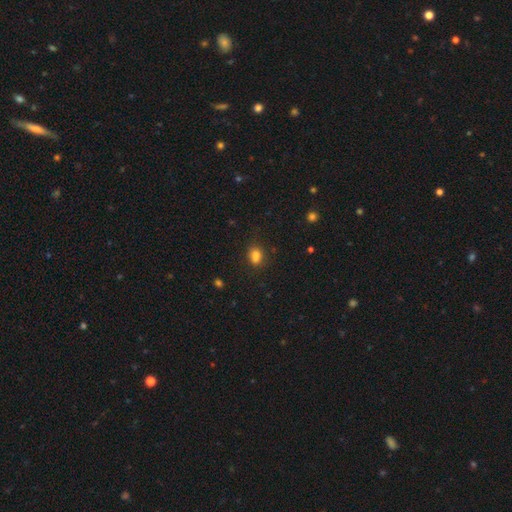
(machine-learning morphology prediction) smooth-or-featured: smooth: 81% | star or artifact: 13% | featured or disk: 6%
  how-rounded: in between: 65% | round: 33% | cigar-shaped: 2%
  merging: none: 66% | minor disturbance: 19% | merger: 9% | major disturbance: 6%